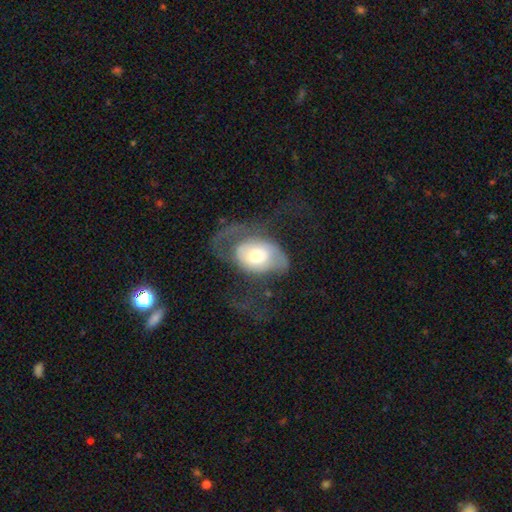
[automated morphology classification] Smooth or featured? Predicted: featured or disk (p=0.55). Edge-on disk? Predicted: no (p=0.94). Bar? Predicted: no (p=0.68). Spiral arms? Predicted: yes (p=0.59). Bulge size? Predicted: moderate (p=0.51). Merging? Predicted: major disturbance (p=0.53).